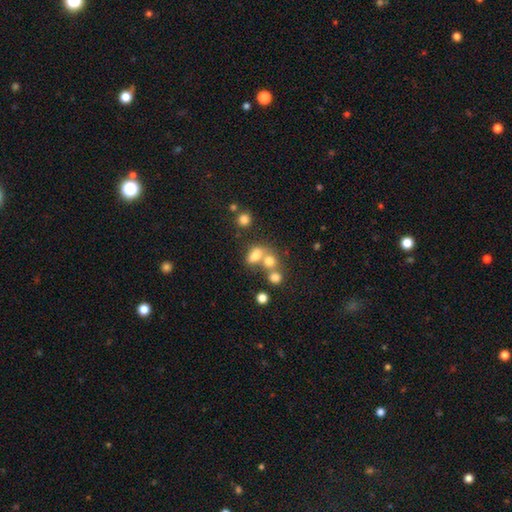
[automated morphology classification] Overall: smooth (72%). How rounded: in between (68%; round 29%). Merging: merger (47%; none 37%).